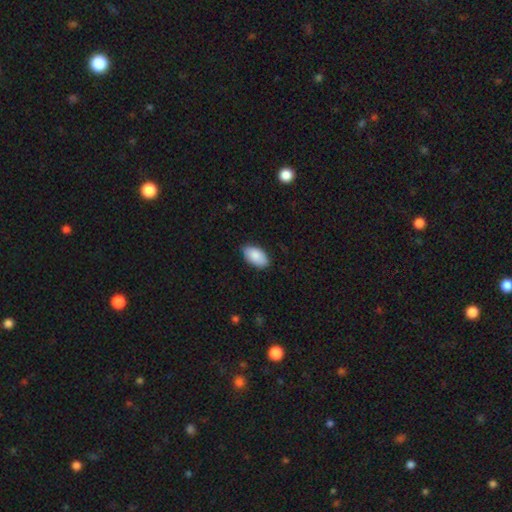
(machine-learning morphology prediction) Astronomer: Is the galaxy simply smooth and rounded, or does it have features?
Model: smooth — 88%.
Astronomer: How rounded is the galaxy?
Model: in between — 95%.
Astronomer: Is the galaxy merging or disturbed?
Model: none — 81%.